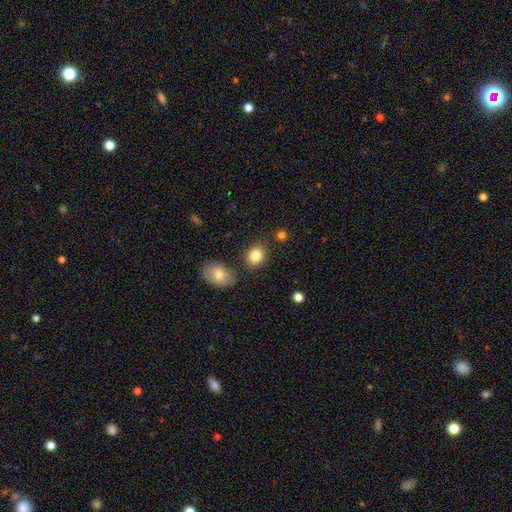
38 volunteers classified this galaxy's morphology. Smooth or featured?
  - smooth: 76% *
  - featured or disk: 16%
  - star or artifact: 8%
How rounded?
  - in between: 59% *
  - round: 41%
  - cigar-shaped: 0%
Merging?
  - none: 69% *
  - minor disturbance: 17%
  - merger: 9%
  - major disturbance: 6%